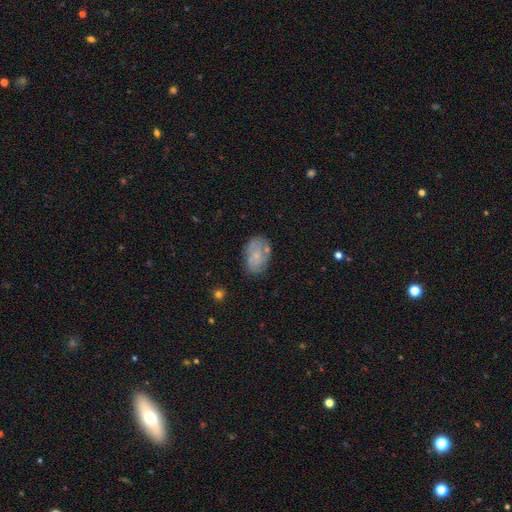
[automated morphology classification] A smooth galaxy with no disk features (52%) that is in between round and cigar-shaped (86%).

Vote fractions:
- Smooth or featured? smooth: 52% / featured or disk: 39% / star or artifact: 9%
- How rounded? in between: 86% / round: 12% / cigar-shaped: 1%
- Merging? none: 61% / minor disturbance: 23% / major disturbance: 8% / merger: 7%